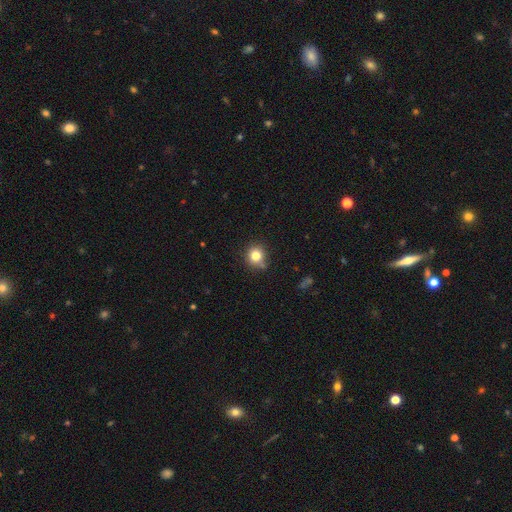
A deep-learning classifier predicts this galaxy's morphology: smooth 80%, star or artifact 12%, featured or disk 7%. Down the decision tree: how rounded — round (87%); merging — none (76%).